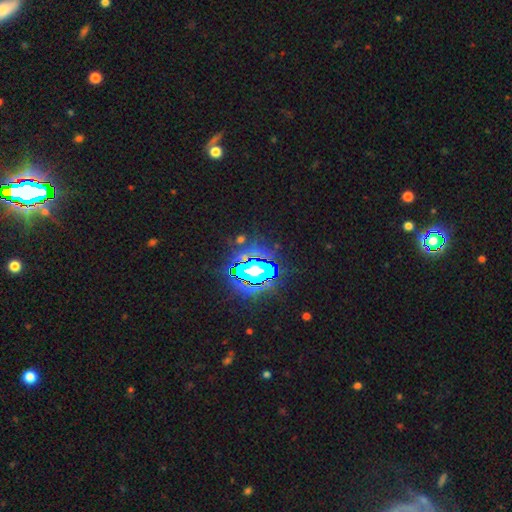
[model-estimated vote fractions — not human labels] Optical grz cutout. It shows a star or artifact, not a galaxy (84%).